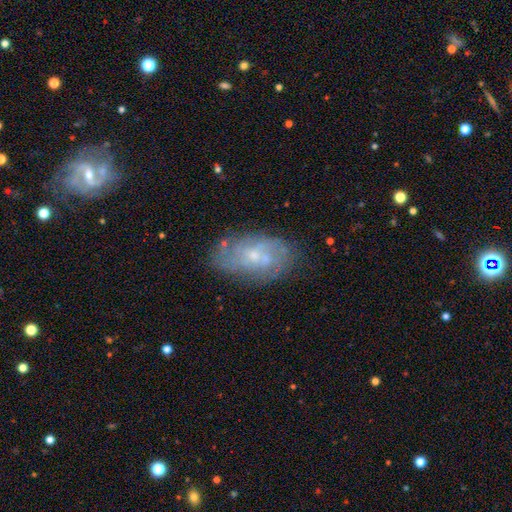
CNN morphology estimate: Smooth or featured: featured or disk — 66% (smooth — 25%)
Edge-on disk: no — 94% (yes — 6%)
Bar: no — 69% (weak — 27%)
Spiral arms: yes — 76% (no — 24%)
Bulge size: small — 67% (moderate — 27%)
Merging: none — 71% (minor disturbance — 19%)